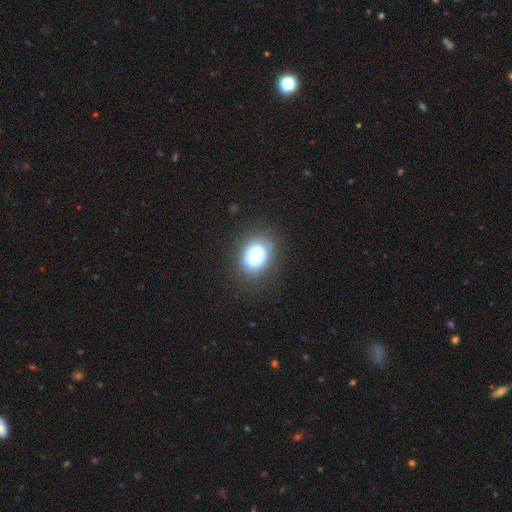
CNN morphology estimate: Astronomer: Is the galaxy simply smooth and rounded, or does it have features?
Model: featured or disk — 49% (runner-up: smooth, 42%).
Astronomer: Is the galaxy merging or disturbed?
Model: none — 73%.